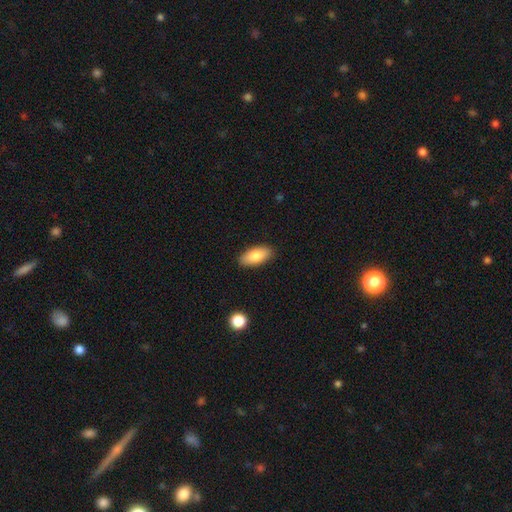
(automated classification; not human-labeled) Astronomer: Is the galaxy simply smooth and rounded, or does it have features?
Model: smooth — 84%.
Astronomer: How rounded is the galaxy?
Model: in between — 88%.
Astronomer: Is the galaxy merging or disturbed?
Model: none — 88%.